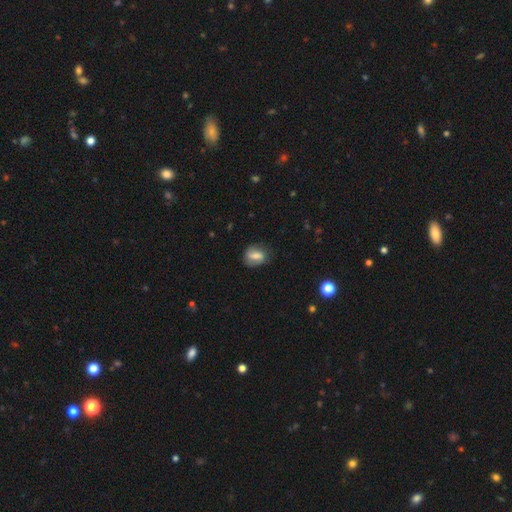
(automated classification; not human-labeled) smooth_or_featured: smooth (p=0.60) [alt: featured or disk p=0.32]
how_rounded: in between (p=0.60) [alt: round p=0.36]
merging: none (p=0.72) [alt: minor disturbance p=0.20]